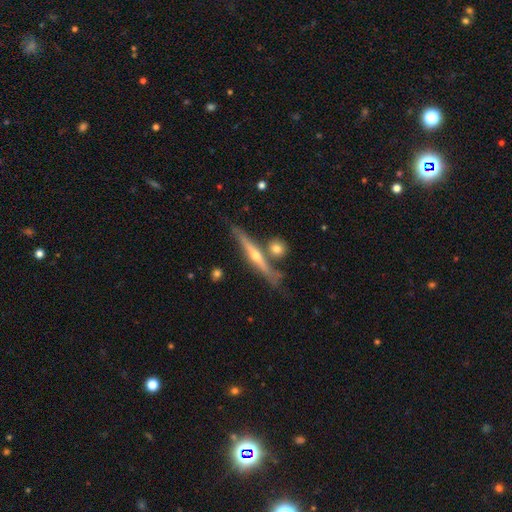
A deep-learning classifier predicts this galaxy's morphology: Q: Smooth or featured?
A: featured or disk (76%); runner-up: smooth (18%)
Q: Edge-on disk?
A: yes (96%); runner-up: no (4%)
Q: Edge-on bulge?
A: rounded (85%); runner-up: none (12%)
Q: Merging?
A: none (77%); runner-up: minor disturbance (11%)